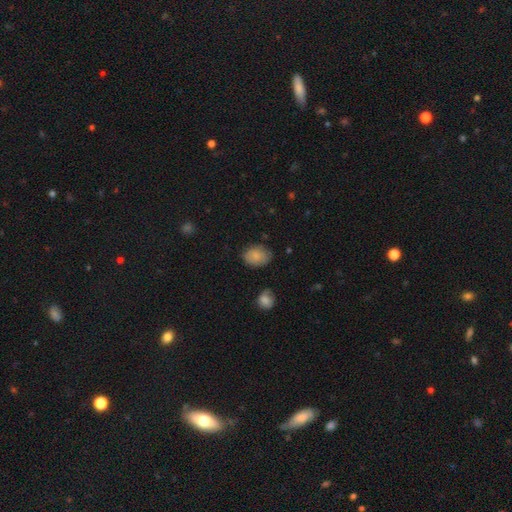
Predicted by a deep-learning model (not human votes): smooth-or-featured: smooth: 79% | featured or disk: 13% | star or artifact: 8%
  how-rounded: in between: 65% | round: 34% | cigar-shaped: 1%
  merging: none: 73% | minor disturbance: 21% | major disturbance: 5% | merger: 2%